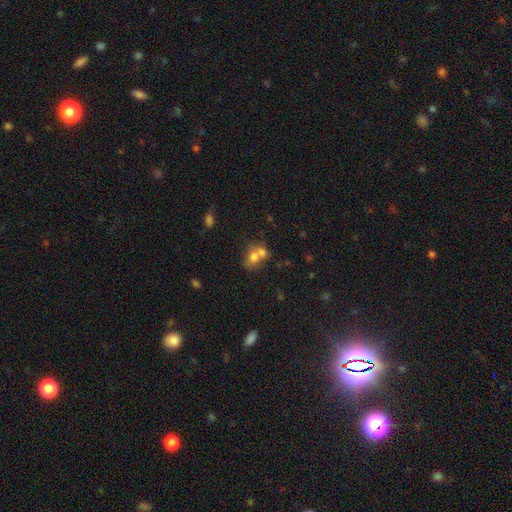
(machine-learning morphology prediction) The model was most divided on "how rounded": round: 56%, in between: 43%, cigar-shaped: 1%. More confident: smooth or featured — smooth (70%); merging — merger (62%).